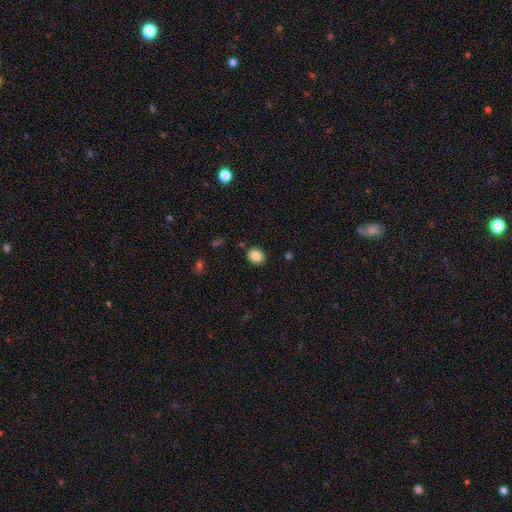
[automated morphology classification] Overall: smooth (85%). How rounded: round (67%; in between 32%). Merging: none (87%).